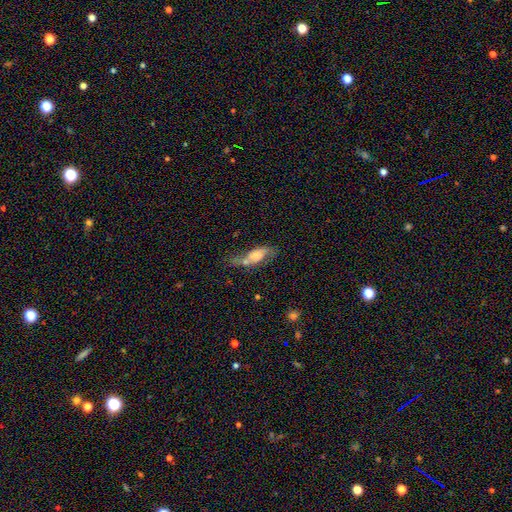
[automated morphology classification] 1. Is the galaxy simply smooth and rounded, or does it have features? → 56% smooth, 35% featured or disk, 9% star or artifact.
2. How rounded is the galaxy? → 71% in between, 25% cigar-shaped, 4% round.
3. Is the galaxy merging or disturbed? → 36% none, 25% minor disturbance, 24% merger, 15% major disturbance.